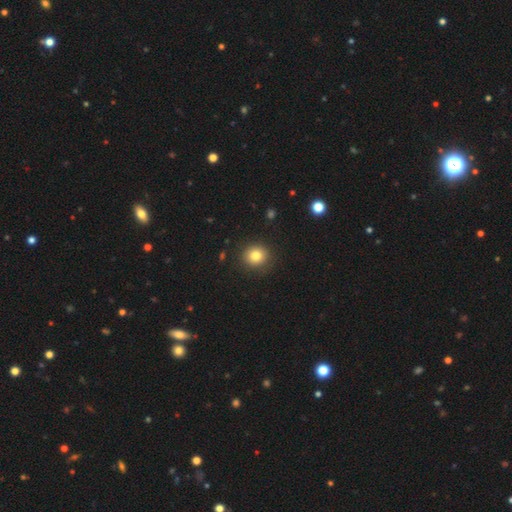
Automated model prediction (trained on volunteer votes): Smooth or featured?
  - smooth: 81% *
  - star or artifact: 11%
  - featured or disk: 8%
How rounded?
  - round: 86% *
  - in between: 13%
  - cigar-shaped: 1%
Merging?
  - none: 89% *
  - minor disturbance: 8%
  - major disturbance: 3%
  - merger: 1%